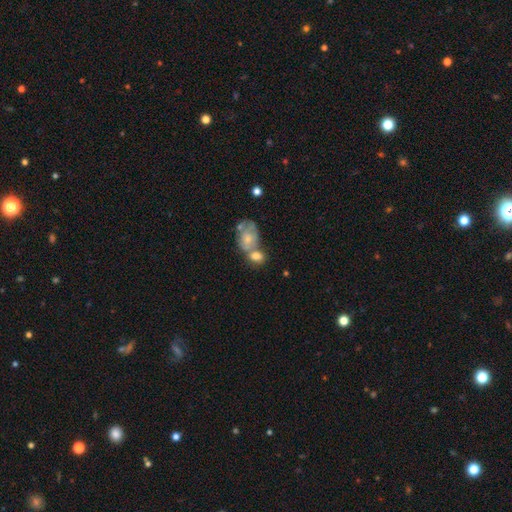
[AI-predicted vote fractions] Morphology: type=smooth (68%); roundness=in between (69%); merging=merger (56%).